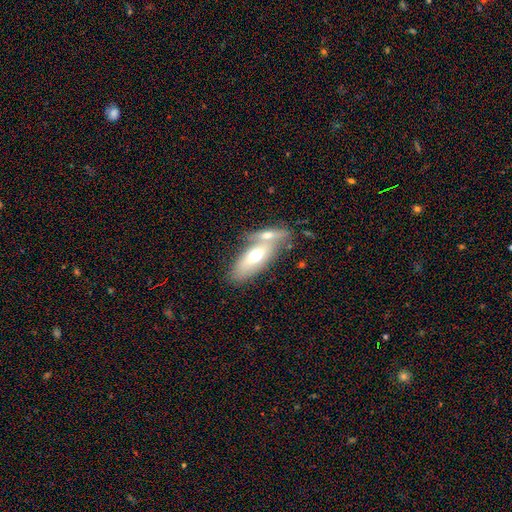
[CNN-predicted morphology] smooth 58%, featured or disk 36%, star or artifact 6%. Down the decision tree: how rounded — in between (75%); merging — merger (48%).